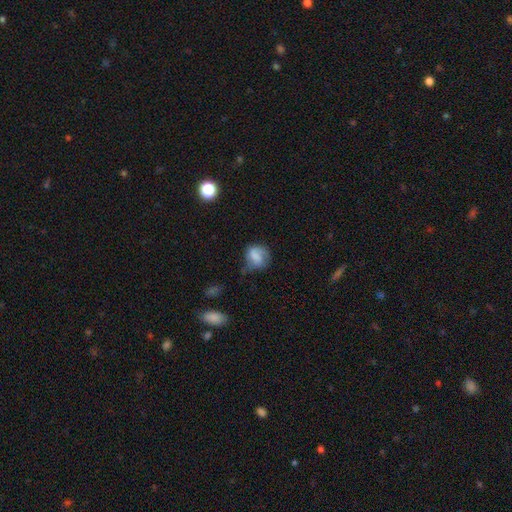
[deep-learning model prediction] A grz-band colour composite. It shows a smooth galaxy with no disk features (64%) that is round (59%). Merging: none (44%).